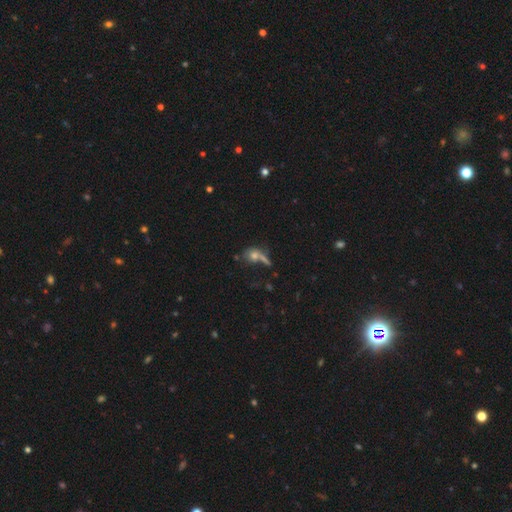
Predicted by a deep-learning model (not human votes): This appears to be a smooth galaxy with no disk features (64%) that is round (51%). Merging: none (40%).